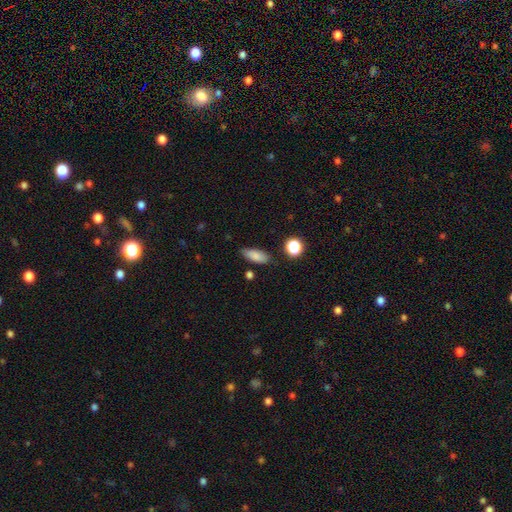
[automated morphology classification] A smooth galaxy with no disk features (84%) that is in between round and cigar-shaped (78%). Merging: none (79%).